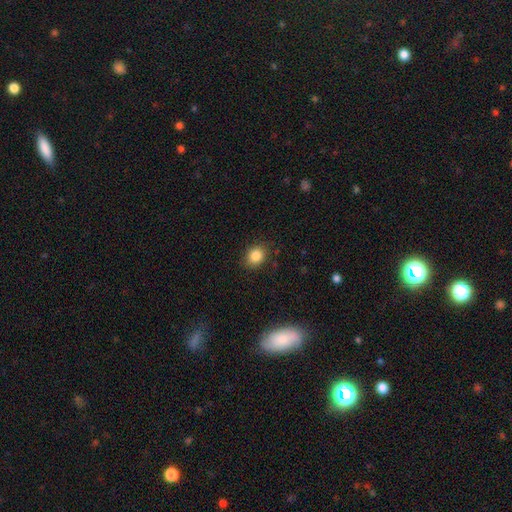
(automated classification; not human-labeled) This is clearly a smooth galaxy (85%). How rounded: possibly round (60%). Merging: clearly none (85%).